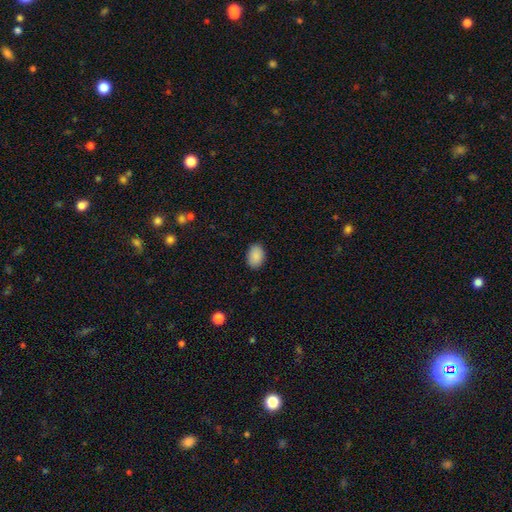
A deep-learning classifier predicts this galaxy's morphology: A smooth galaxy with no disk features (89%) that is in between round and cigar-shaped (85%). Merging: none (89%).